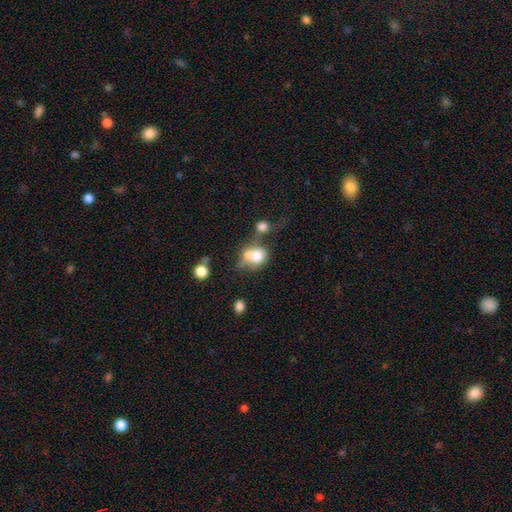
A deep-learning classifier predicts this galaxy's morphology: smooth_or_featured: smooth (p=0.70) [alt: featured or disk p=0.20]
how_rounded: round (p=0.58) [alt: in between p=0.41]
merging: merger (p=0.56) [alt: none p=0.22]